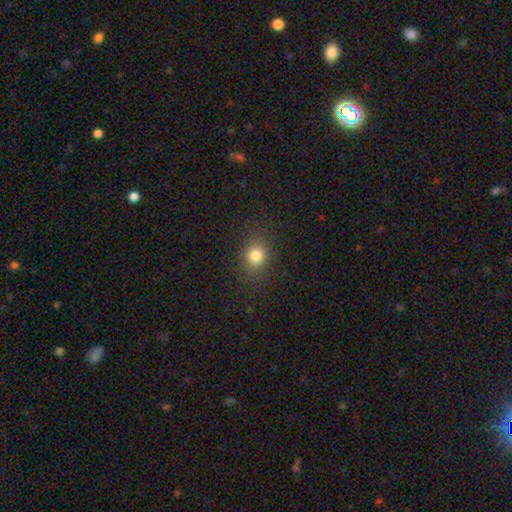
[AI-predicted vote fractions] smooth_or_featured: smooth (p=0.80) [alt: star or artifact p=0.14]
how_rounded: round (p=0.68) [alt: in between p=0.31]
merging: none (p=0.86) [alt: minor disturbance p=0.09]